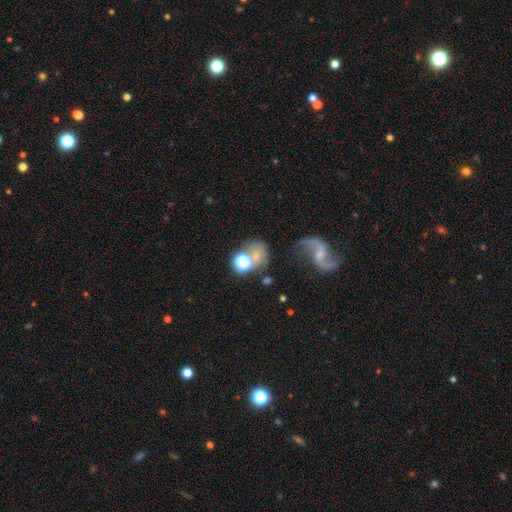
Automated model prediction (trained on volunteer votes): smooth 49%, featured or disk 33%, star or artifact 18%. Down the decision tree: merging — none (46%).